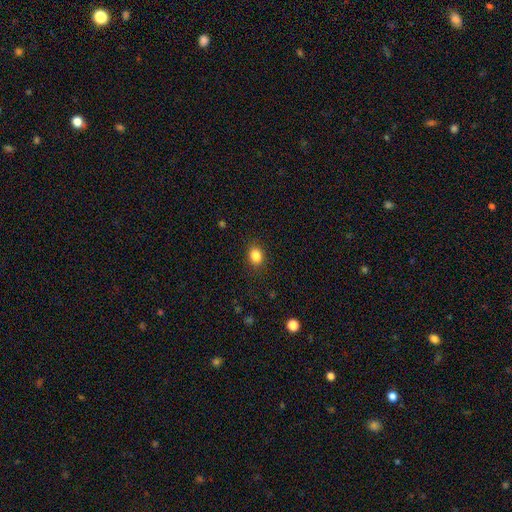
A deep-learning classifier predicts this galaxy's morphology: smooth_or_featured: smooth (p=0.85) [alt: star or artifact p=0.10]
how_rounded: in between (p=0.54) [alt: round p=0.45]
merging: none (p=0.88) [alt: minor disturbance p=0.08]